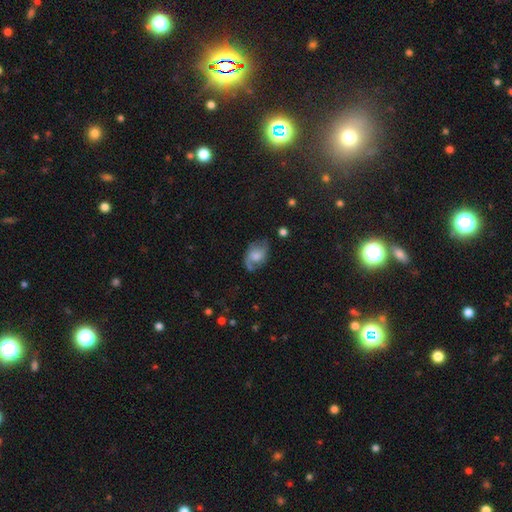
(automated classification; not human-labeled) featured or disk 47%, smooth 44%, star or artifact 9%. Down the decision tree: merging — none (57%).